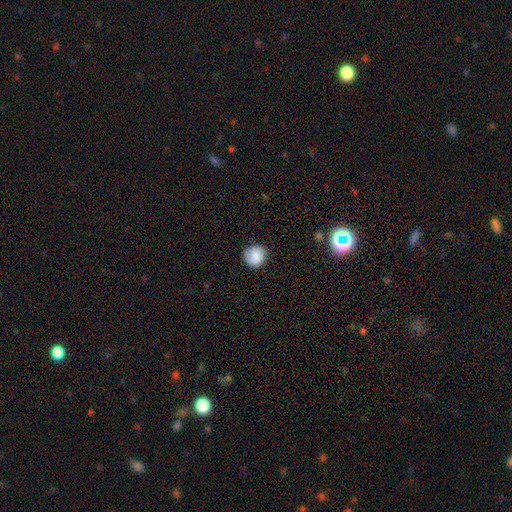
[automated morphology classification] This appears to be a smooth galaxy with no disk features (83%) that is round (91%). Merging: none (83%).